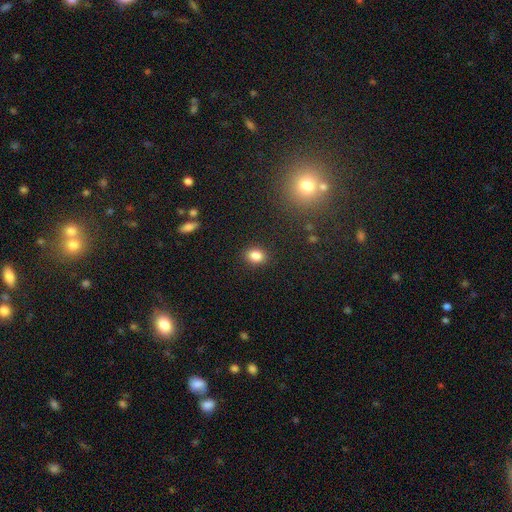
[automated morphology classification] Smooth or featured: smooth — 84% (star or artifact — 10%)
How rounded: in between — 58% (round — 41%)
Merging: none — 89% (minor disturbance — 8%)